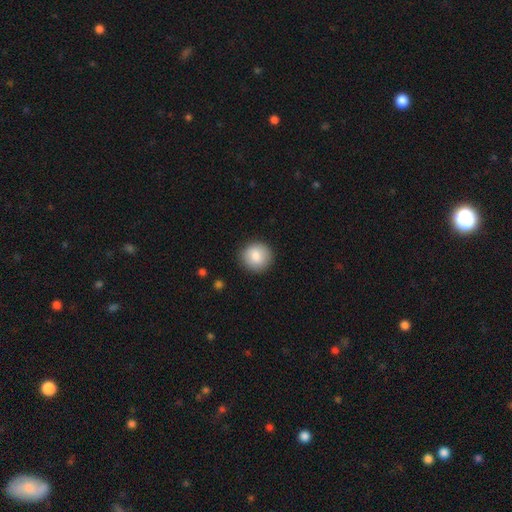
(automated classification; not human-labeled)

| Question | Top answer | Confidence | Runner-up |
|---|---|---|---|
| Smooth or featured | smooth | 85% | featured or disk (8%) |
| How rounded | round | 92% | in between (7%) |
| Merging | none | 89% | minor disturbance (7%) |